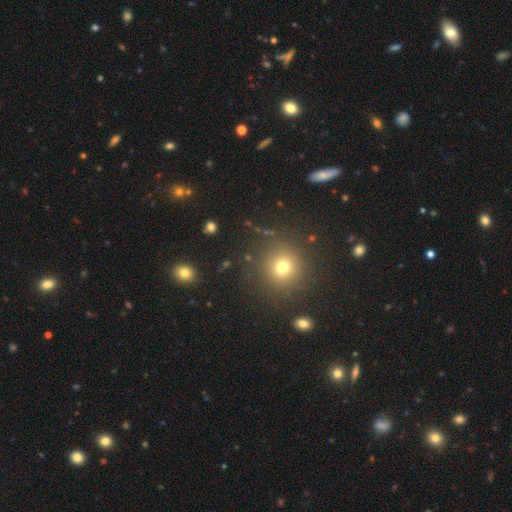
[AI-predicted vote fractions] A smooth galaxy with no disk features (52%) that is round (92%). Merging: none (83%).